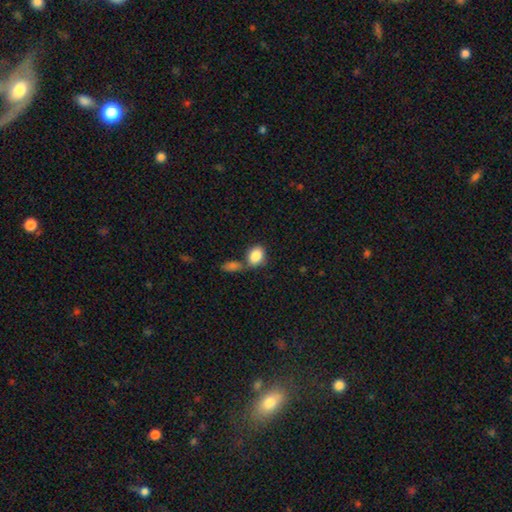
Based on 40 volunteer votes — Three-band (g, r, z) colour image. It shows a smooth galaxy with no disk features (98%) that is in between round and cigar-shaped (56%). Merging: none (64%).